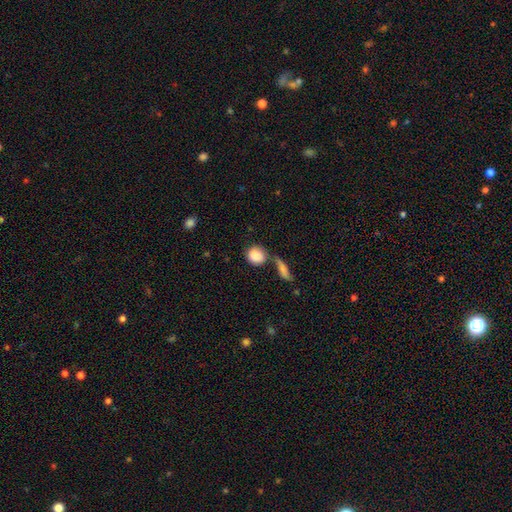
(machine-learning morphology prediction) Smooth or featured?
  - smooth: 86% *
  - star or artifact: 7%
  - featured or disk: 7%
How rounded?
  - round: 73% *
  - in between: 25%
  - cigar-shaped: 3%
Merging?
  - none: 48% *
  - merger: 32%
  - minor disturbance: 13%
  - major disturbance: 7%